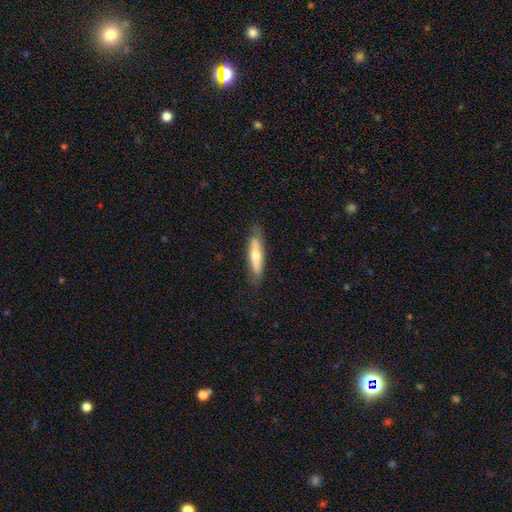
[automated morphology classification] A smooth galaxy with no disk features (57%) that is cigar-shaped (72%). Merging: none (80%).